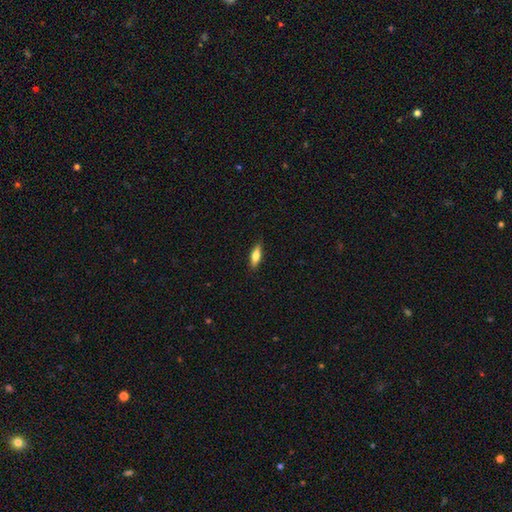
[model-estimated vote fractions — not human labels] Morphology: type=smooth (73%); roundness=in between (58%); merging=none (87%).